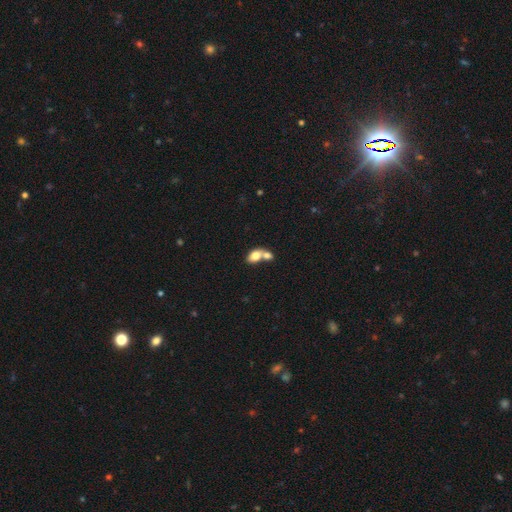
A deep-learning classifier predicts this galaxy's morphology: smooth-or-featured: smooth: 75% | featured or disk: 17% | star or artifact: 8%
  how-rounded: in between: 82% | round: 17% | cigar-shaped: 2%
  merging: merger: 67% | none: 22% | minor disturbance: 7% | major disturbance: 4%